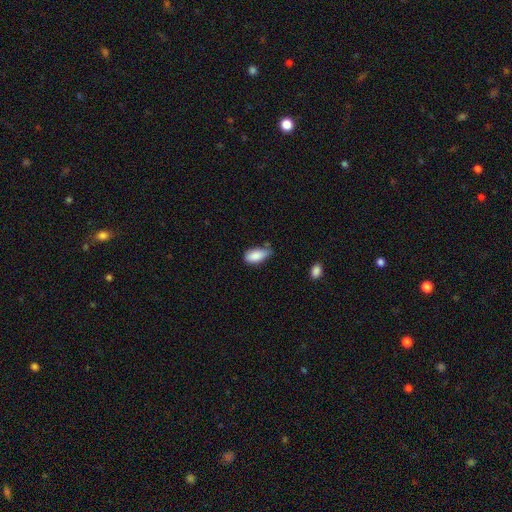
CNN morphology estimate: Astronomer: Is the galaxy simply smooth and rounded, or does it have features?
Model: smooth — 86%.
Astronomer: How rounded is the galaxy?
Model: in between — 90%.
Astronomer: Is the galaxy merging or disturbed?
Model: none — 45% (runner-up: minor disturbance, 43%).